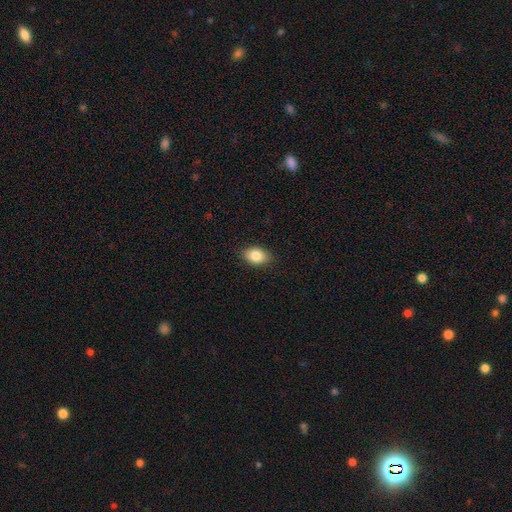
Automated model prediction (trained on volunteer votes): Smooth or featured? smooth (83%)
How rounded? in between (84%)
Merging? none (87%)